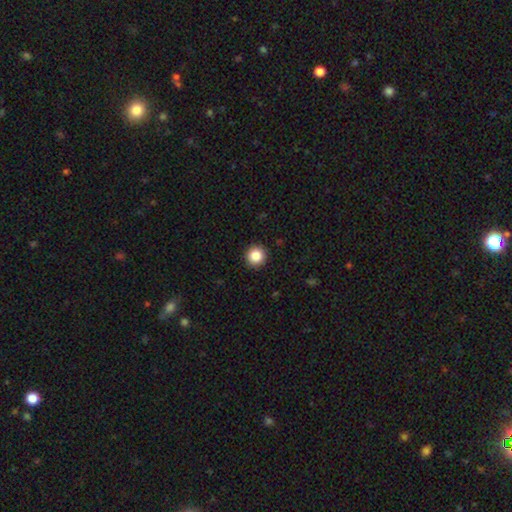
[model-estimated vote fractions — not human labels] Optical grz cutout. It shows a smooth galaxy with no disk features (86%) that is round (95%). Merging: none (93%).